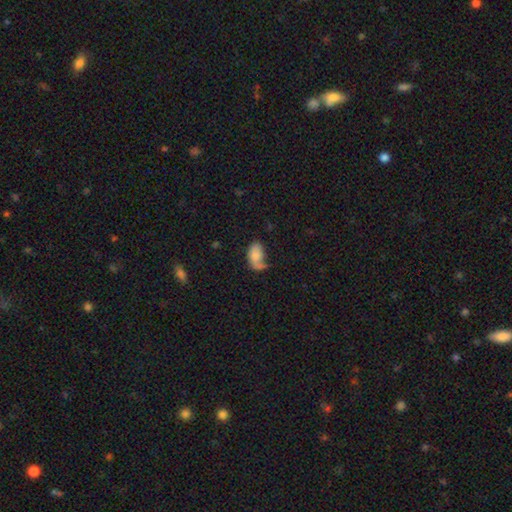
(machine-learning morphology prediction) smooth 69%, featured or disk 23%, star or artifact 9%. Down the decision tree: how rounded — in between (91%); merging — none (36%).